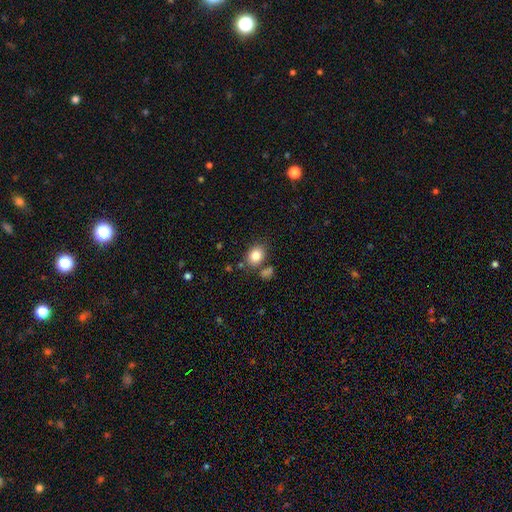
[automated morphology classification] Smooth or featured? Predicted: smooth (p=0.83). How rounded? Predicted: in between (p=0.54). Merging? Predicted: none (p=0.74).